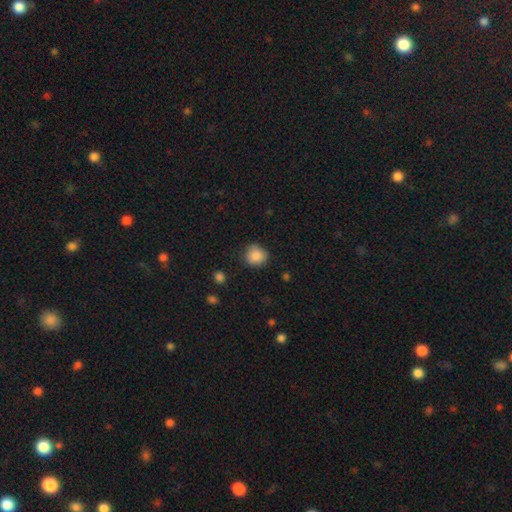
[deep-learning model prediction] Morphology: type=smooth (87%); roundness=round (83%); merging=none (79%).